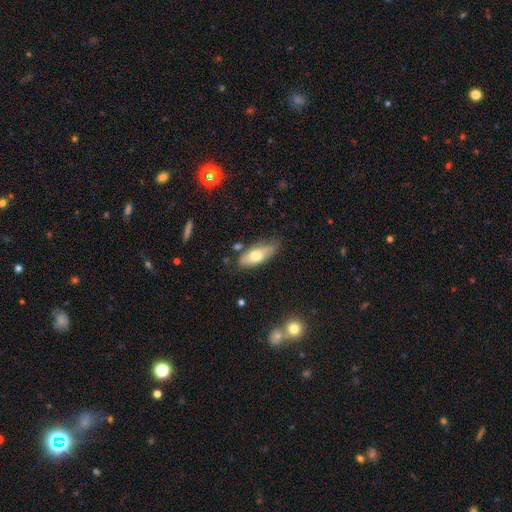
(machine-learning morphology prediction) Smooth or featured: smooth — 67% (featured or disk — 26%)
How rounded: in between — 74% (cigar-shaped — 24%)
Merging: none — 65% (minor disturbance — 25%)